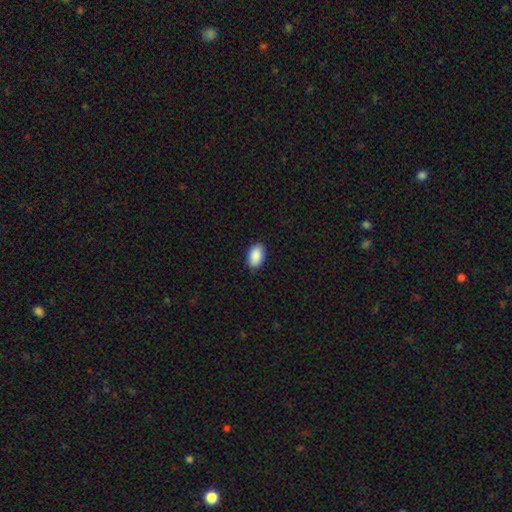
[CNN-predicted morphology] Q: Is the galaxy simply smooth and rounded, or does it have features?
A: smooth — 91%.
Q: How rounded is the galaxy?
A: in between — 92%.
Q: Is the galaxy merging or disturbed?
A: none — 88%.